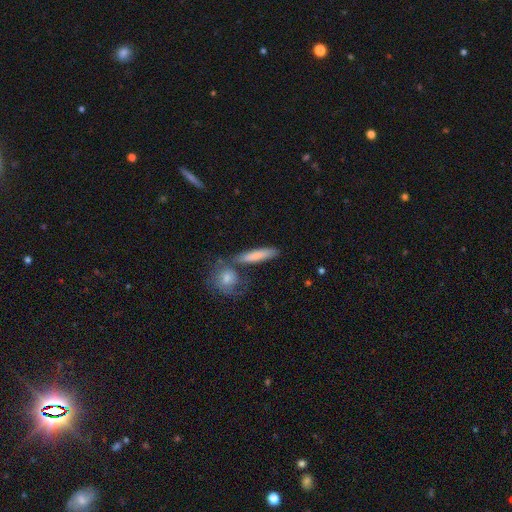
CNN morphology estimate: Q: Smooth or featured?
A: smooth (74%); runner-up: featured or disk (21%)
Q: How rounded?
A: cigar-shaped (78%); runner-up: in between (17%)
Q: Merging?
A: none (67%); runner-up: merger (16%)